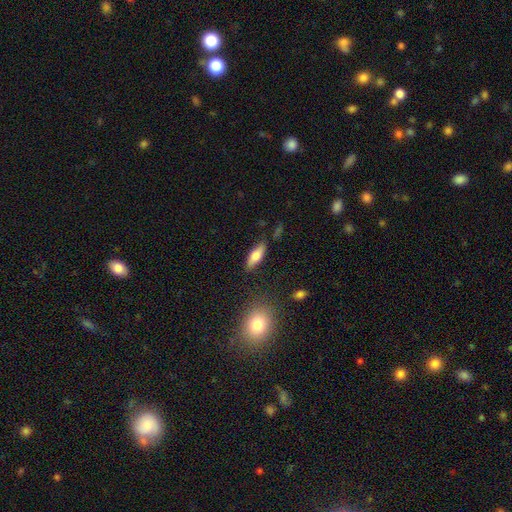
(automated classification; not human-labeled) Smooth or featured?
  - smooth: 70% *
  - featured or disk: 23%
  - star or artifact: 7%
How rounded?
  - in between: 63% *
  - cigar-shaped: 35%
  - round: 3%
Merging?
  - none: 81% *
  - minor disturbance: 13%
  - major disturbance: 3%
  - merger: 2%